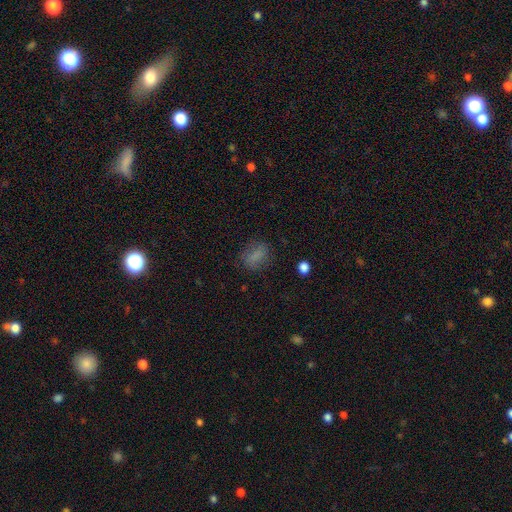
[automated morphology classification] Smooth or featured? Predicted: smooth (p=0.79). How rounded? Predicted: in between (p=0.70). Merging? Predicted: none (p=0.76).